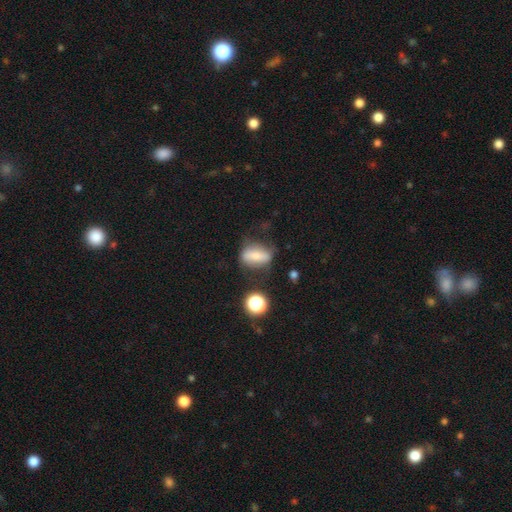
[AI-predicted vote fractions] smooth_or_featured: smooth (p=0.63) [alt: featured or disk p=0.26]
how_rounded: in between (p=0.69) [alt: cigar-shaped p=0.16]
merging: none (p=0.53) [alt: minor disturbance p=0.27]